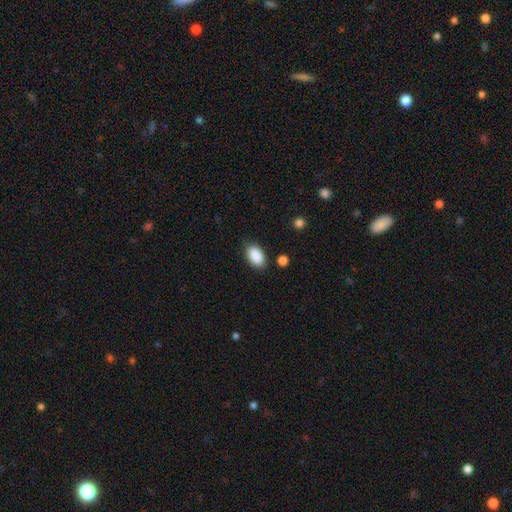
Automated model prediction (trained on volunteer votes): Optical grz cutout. It shows a smooth galaxy with no disk features (90%) that is in between round and cigar-shaped (93%). Merging: none (84%).